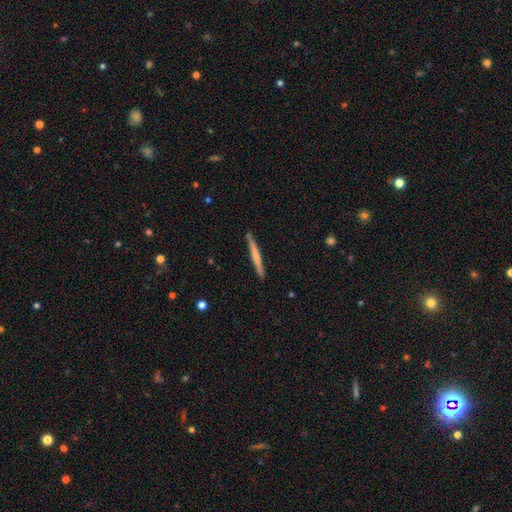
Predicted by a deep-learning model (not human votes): Overall: smooth (53%; featured or disk 42%). How rounded: cigar-shaped (97%). Merging: none (90%).